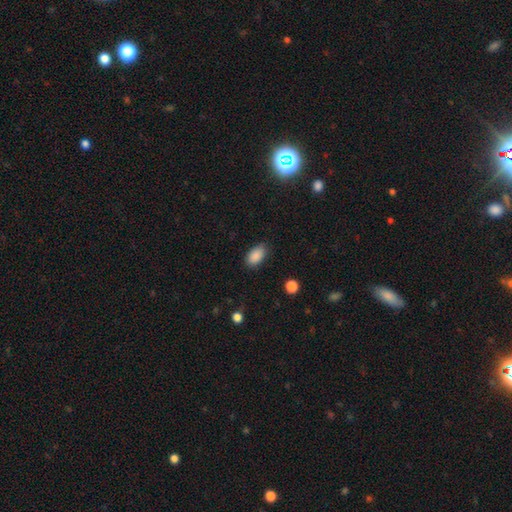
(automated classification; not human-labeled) smooth_or_featured: smooth (p=0.89) [alt: star or artifact p=0.08]
how_rounded: in between (p=0.93) [alt: round p=0.05]
merging: none (p=0.83) [alt: minor disturbance p=0.13]